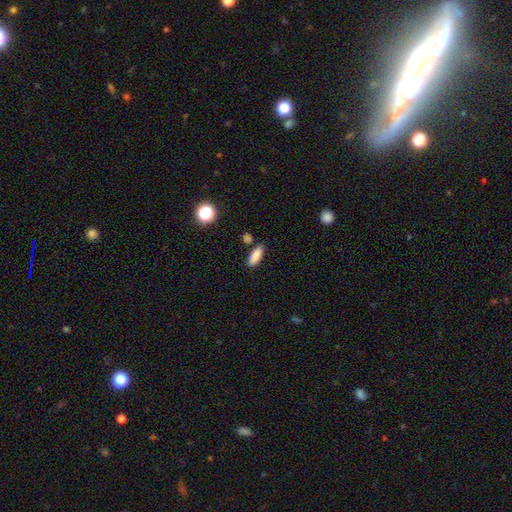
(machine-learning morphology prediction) Smooth or featured? Predicted: smooth (p=0.86). How rounded? Predicted: in between (p=0.69). Merging? Predicted: none (p=0.79).